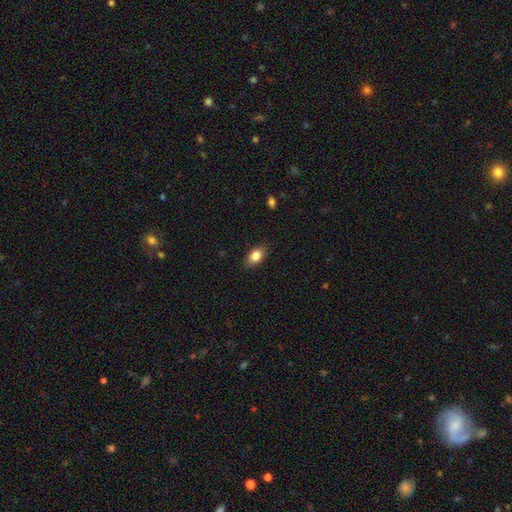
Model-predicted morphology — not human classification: Smooth or featured? smooth (84%)
How rounded? in between (84%)
Merging? none (86%)